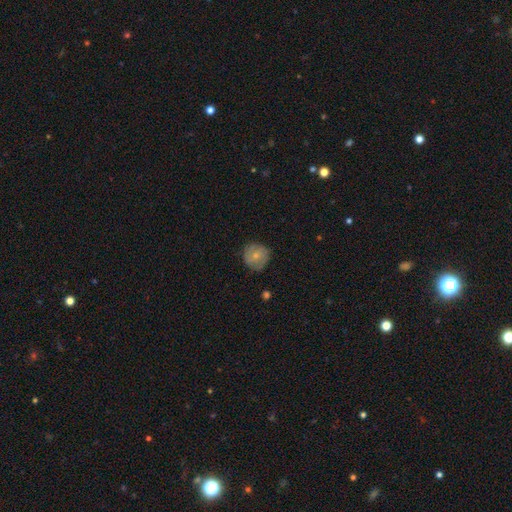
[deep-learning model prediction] Smooth or featured? Predicted: smooth (p=0.68). How rounded? Predicted: round (p=0.92). Merging? Predicted: none (p=0.78).